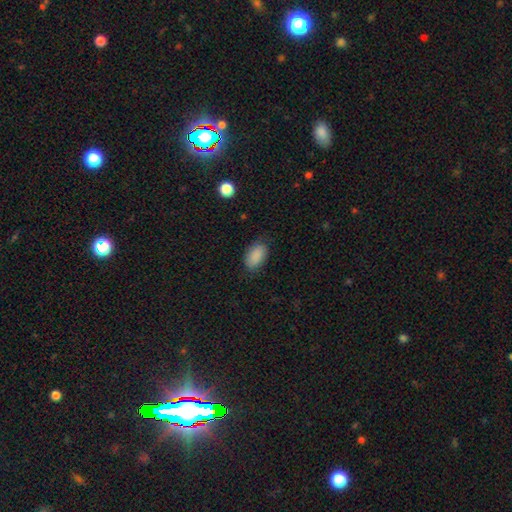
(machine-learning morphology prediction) smooth 89%, star or artifact 7%, featured or disk 4%. Down the decision tree: how rounded — in between (93%); merging — none (80%).